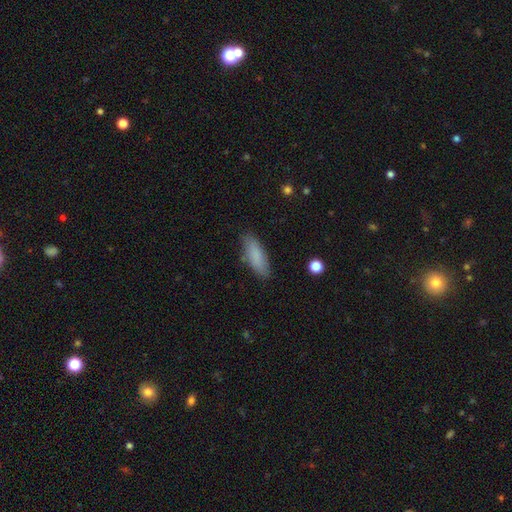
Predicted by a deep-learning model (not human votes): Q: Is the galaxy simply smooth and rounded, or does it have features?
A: smooth — 85%.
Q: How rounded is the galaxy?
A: in between — 60%.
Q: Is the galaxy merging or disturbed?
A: none — 83%.